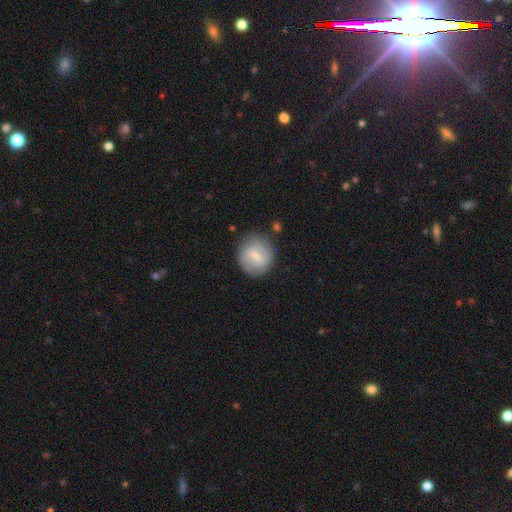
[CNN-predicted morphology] Smooth or featured? smooth (55%)
How rounded? round (81%)
Merging? none (77%)